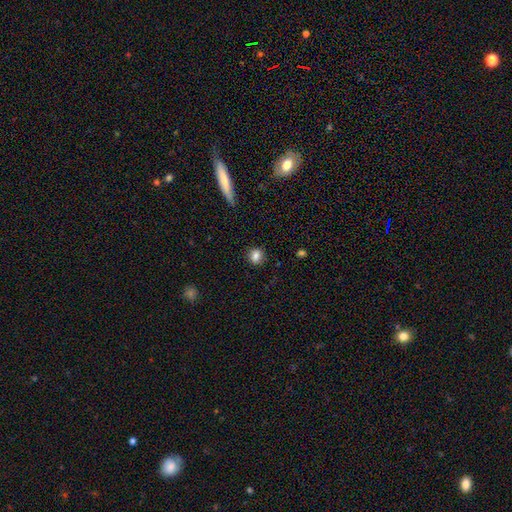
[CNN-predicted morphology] Smooth or featured? Predicted: smooth (p=0.83). How rounded? Predicted: round (p=0.70). Merging? Predicted: none (p=0.87).